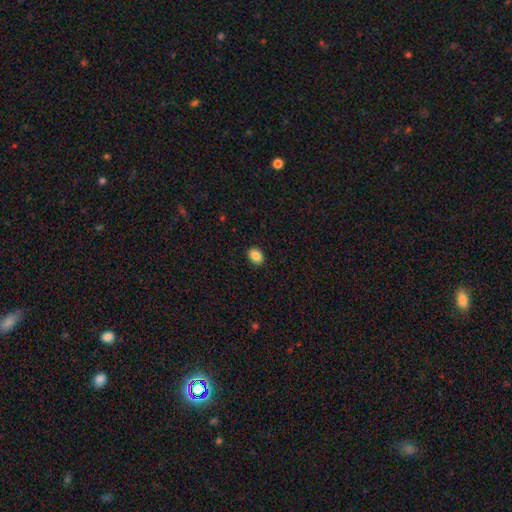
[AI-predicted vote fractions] This is clearly a smooth galaxy (87%). How rounded: likely in between (66%). Merging: clearly none (90%).